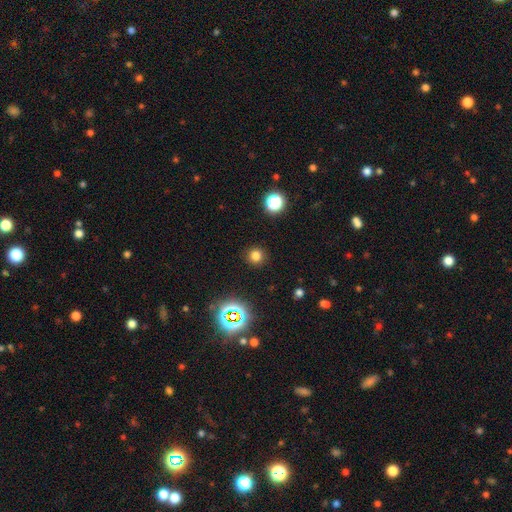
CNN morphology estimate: Smooth or featured?
  - smooth: 76% *
  - star or artifact: 19%
  - featured or disk: 5%
How rounded?
  - round: 94% *
  - in between: 5%
  - cigar-shaped: 1%
Merging?
  - none: 90% *
  - minor disturbance: 6%
  - major disturbance: 2%
  - merger: 1%